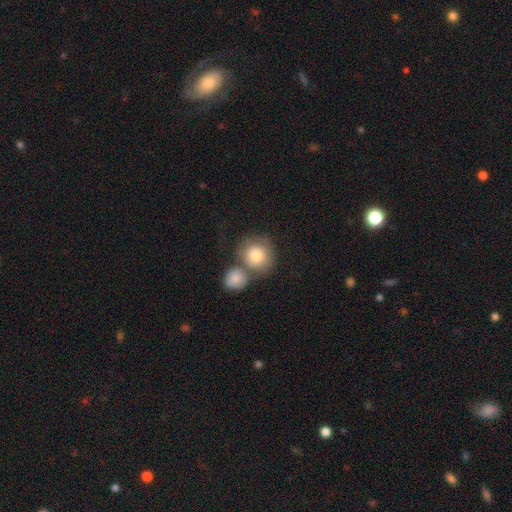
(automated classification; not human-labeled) Smooth or featured? Predicted: smooth (p=0.79). How rounded? Predicted: round (p=0.87). Merging? Predicted: none (p=0.43).